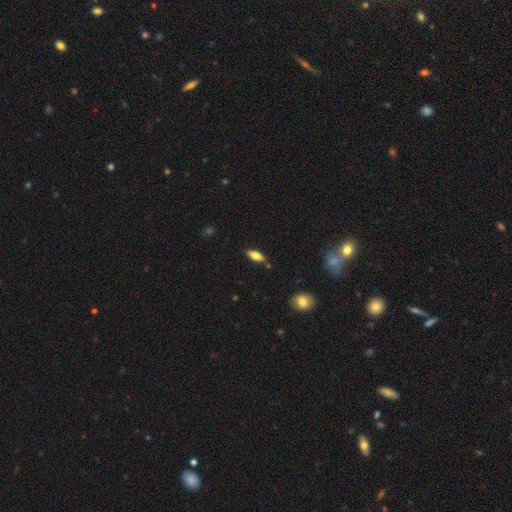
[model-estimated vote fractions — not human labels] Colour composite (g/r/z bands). It shows a smooth galaxy with no disk features (67%) that is in between round and cigar-shaped (63%). Merging: none (83%).